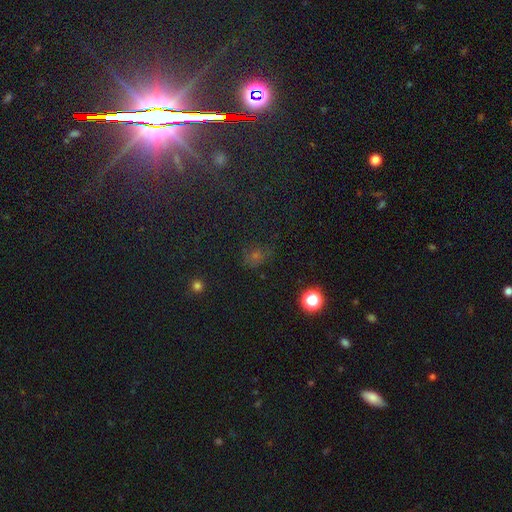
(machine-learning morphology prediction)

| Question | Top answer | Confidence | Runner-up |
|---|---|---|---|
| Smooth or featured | smooth | 47% | star or artifact (41%) |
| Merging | none | 72% | minor disturbance (17%) |